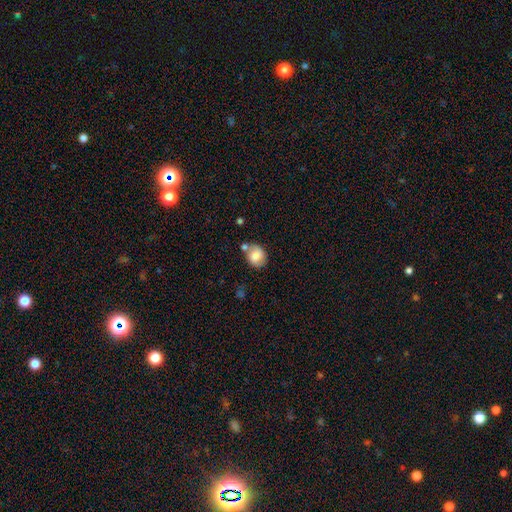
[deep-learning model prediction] smooth-or-featured: smooth: 76% | featured or disk: 16% | star or artifact: 8%
  how-rounded: round: 58% | in between: 41% | cigar-shaped: 1%
  merging: none: 53% | merger: 21% | minor disturbance: 20% | major disturbance: 6%